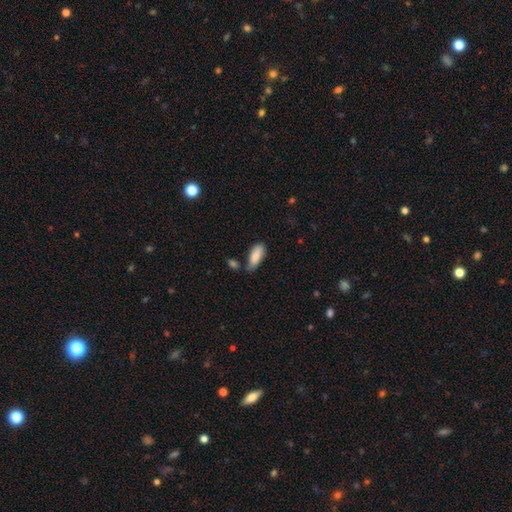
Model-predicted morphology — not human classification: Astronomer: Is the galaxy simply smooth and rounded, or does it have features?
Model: smooth — 86%.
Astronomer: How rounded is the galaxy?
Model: in between — 79%.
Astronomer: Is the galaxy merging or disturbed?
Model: none — 62%.